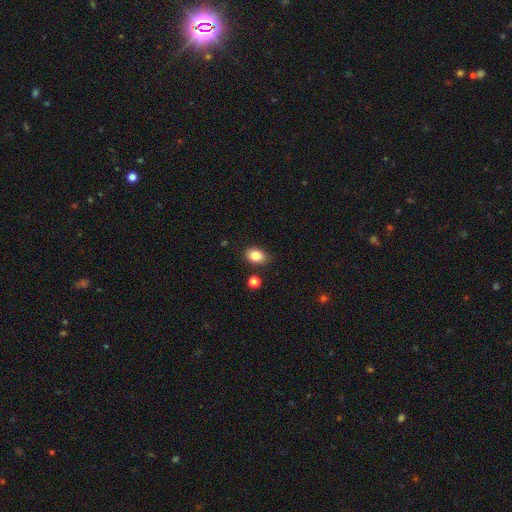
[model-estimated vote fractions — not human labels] A smooth galaxy with no disk features (83%) that is in between round and cigar-shaped (80%). Merging: none (82%).